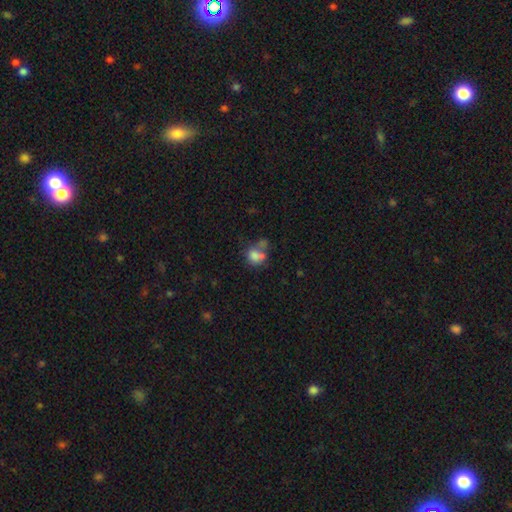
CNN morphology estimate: Overall: smooth (71%). How rounded: round (52%; in between 47%). Merging: merger (48%; none 27%).